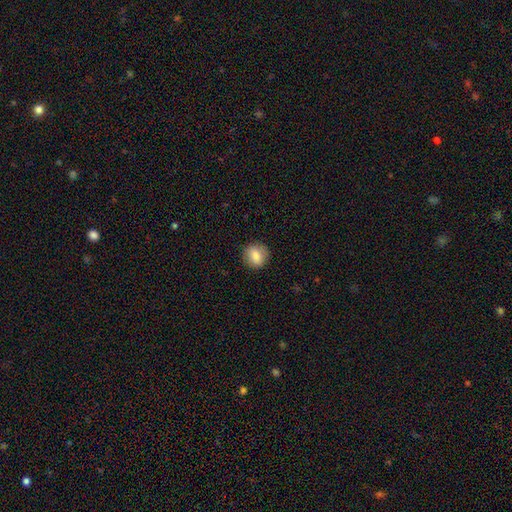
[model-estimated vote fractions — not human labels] Smooth or featured? smooth (80%)
How rounded? round (78%)
Merging? none (87%)